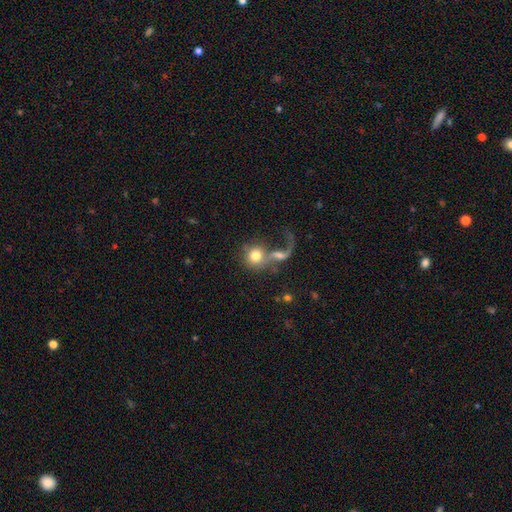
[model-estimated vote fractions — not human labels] A smooth galaxy with no disk features (66%) that is round (87%). Merging: merger (44%).